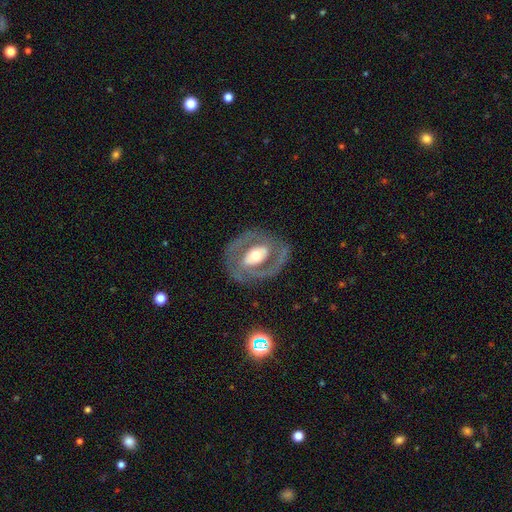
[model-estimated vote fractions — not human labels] A featured or disk galaxy (76%) with no bar (42%), spiral arms (58%) and a moderate central bulge (63%). Merging: none (77%).